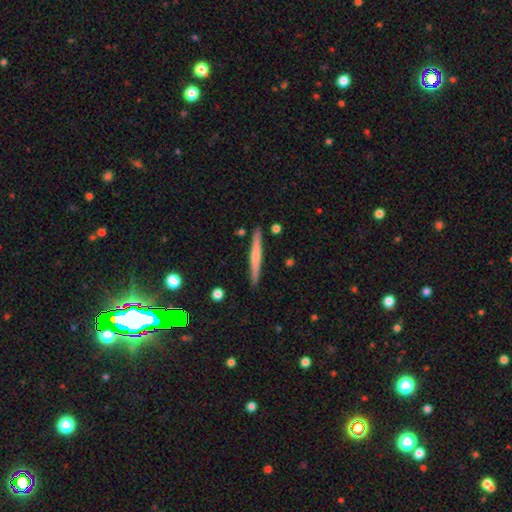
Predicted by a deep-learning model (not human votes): Smooth or featured: smooth — 52% (featured or disk — 43%)
How rounded: cigar-shaped — 96% (in between — 2%)
Merging: none — 90% (minor disturbance — 7%)